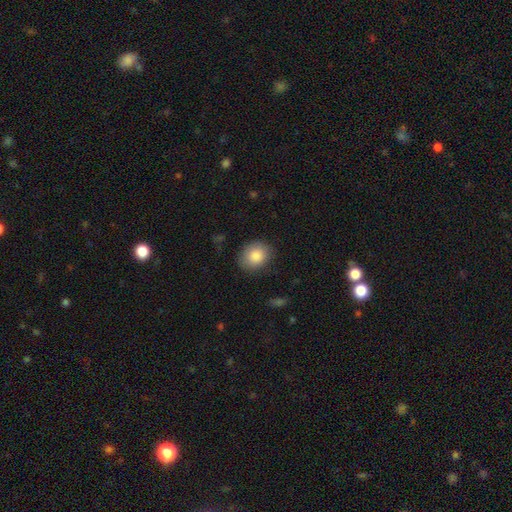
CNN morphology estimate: Smooth or featured?
  - smooth: 86% *
  - star or artifact: 7%
  - featured or disk: 7%
How rounded?
  - round: 58% *
  - in between: 41%
  - cigar-shaped: 1%
Merging?
  - none: 83% *
  - minor disturbance: 13%
  - major disturbance: 3%
  - merger: 1%